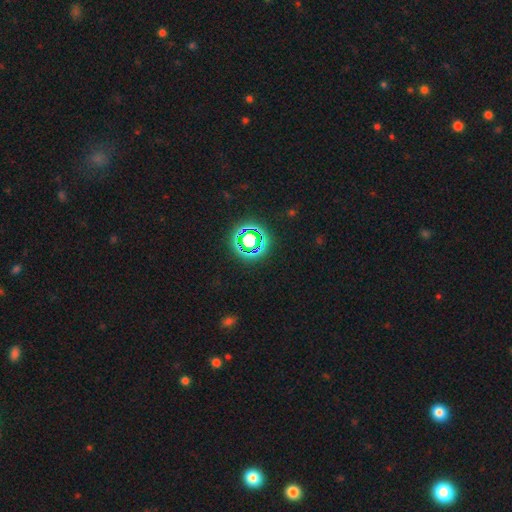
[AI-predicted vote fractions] Smooth or featured? Predicted: star or artifact (p=0.77).